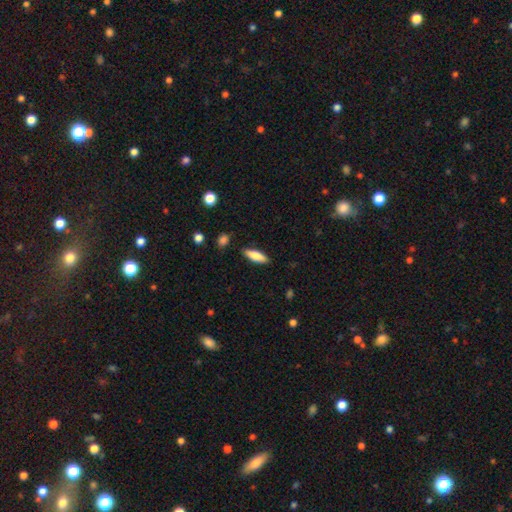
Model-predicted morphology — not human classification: Smooth or featured? Predicted: smooth (p=0.80). How rounded? Predicted: in between (p=0.53). Merging? Predicted: none (p=0.86).